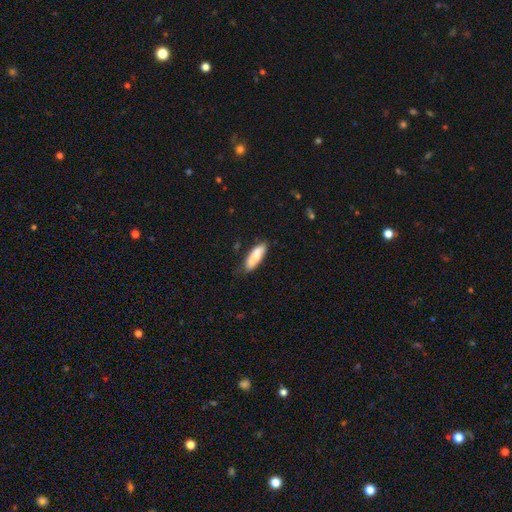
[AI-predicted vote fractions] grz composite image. It shows a smooth galaxy with no disk features (80%) that is in between round and cigar-shaped (52%). Merging: none (74%).